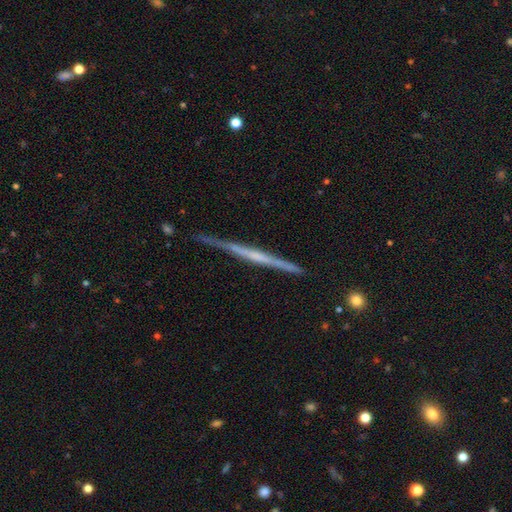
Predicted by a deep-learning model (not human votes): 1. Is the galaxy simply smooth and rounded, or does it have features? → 71% featured or disk, 23% smooth, 5% star or artifact.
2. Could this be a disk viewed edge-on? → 98% yes, 2% no.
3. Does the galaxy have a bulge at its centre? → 70% none, 18% rounded, 12% boxy.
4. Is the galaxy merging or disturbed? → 82% none, 14% minor disturbance, 3% major disturbance, 2% merger.